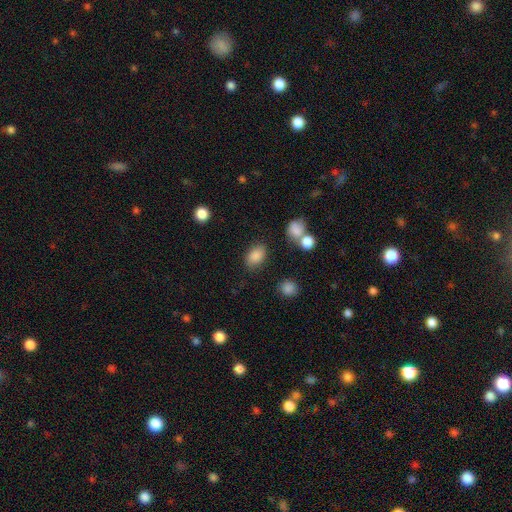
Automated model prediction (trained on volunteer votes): smooth 84%, star or artifact 10%, featured or disk 6%. Down the decision tree: how rounded — in between (86%); merging — none (78%).